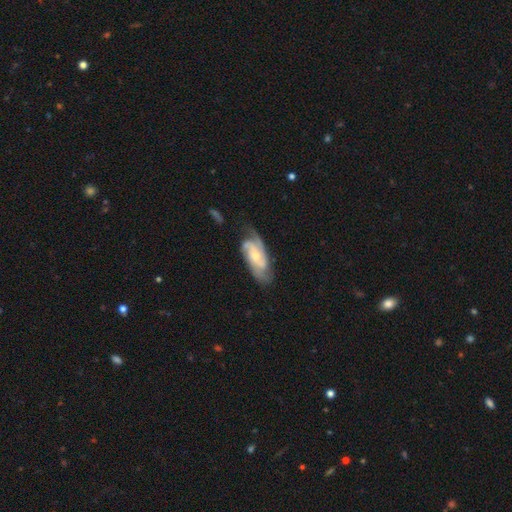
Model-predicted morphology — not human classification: type=featured or disk (80%); edge-on=no (93%); bar=no (58%); spiral arms=yes (95%); winding=medium (44%); arm count=2 (55%); bulge=small (52%); merging=none (63%).